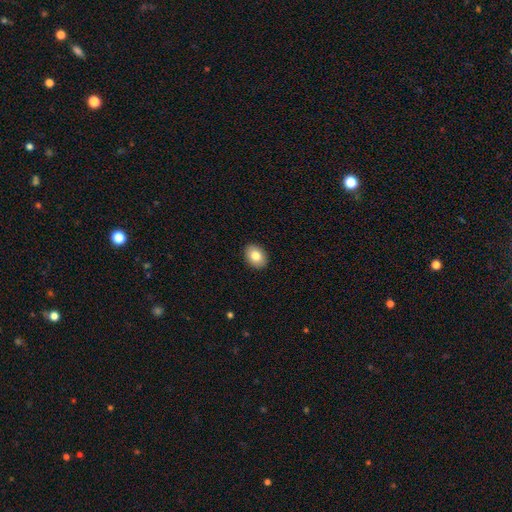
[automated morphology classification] The model was most divided on "how rounded": in between: 66%, round: 33%, cigar-shaped: 1%. More confident: merging — none (91%); smooth or featured — smooth (83%).